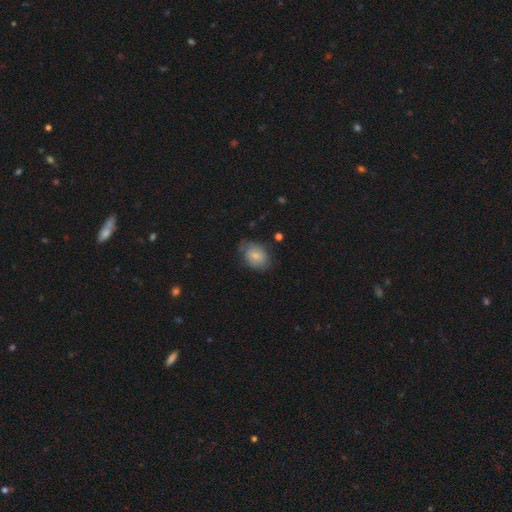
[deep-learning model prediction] smooth-or-featured: smooth: 71% | featured or disk: 22% | star or artifact: 7%
  how-rounded: in between: 72% | round: 27% | cigar-shaped: 1%
  merging: none: 61% | minor disturbance: 28% | major disturbance: 9% | merger: 2%